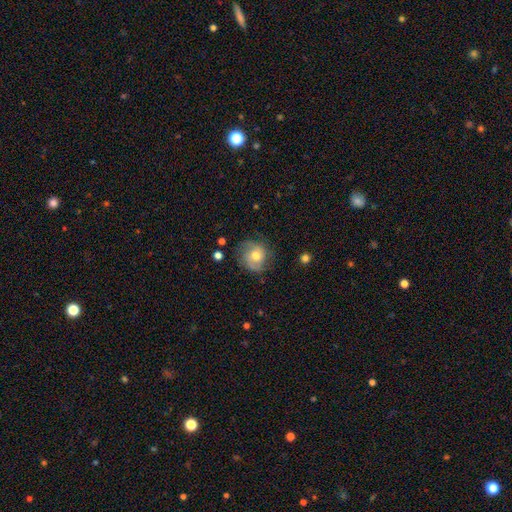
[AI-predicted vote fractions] featured or disk 49%, smooth 43%, star or artifact 8%. Down the decision tree: merging — none (66%).